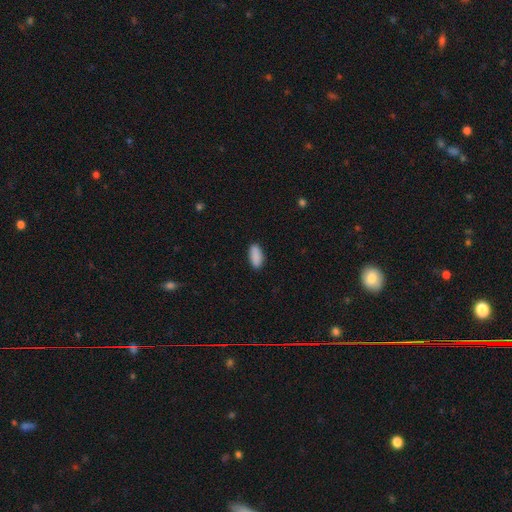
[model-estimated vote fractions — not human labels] This appears to be a smooth galaxy with no disk features (90%) that is in between round and cigar-shaped (87%). Merging: none (88%).